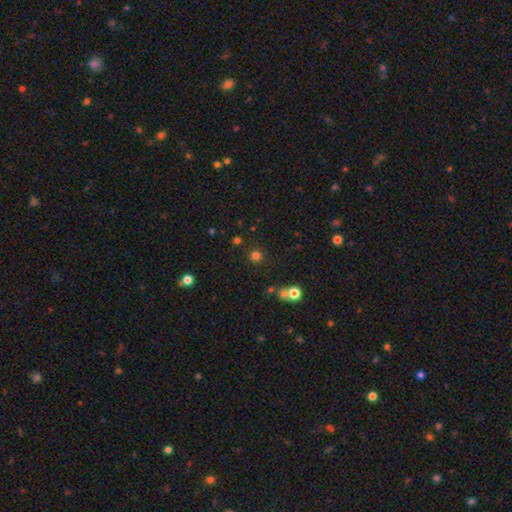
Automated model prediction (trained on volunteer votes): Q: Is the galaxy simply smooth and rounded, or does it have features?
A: smooth — 76%.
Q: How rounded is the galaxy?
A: round — 94%.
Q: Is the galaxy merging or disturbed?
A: none — 86%.